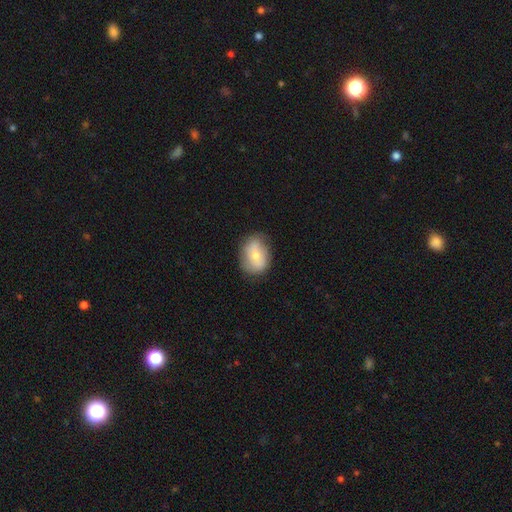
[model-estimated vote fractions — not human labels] Smooth or featured? smooth (63%)
How rounded? in between (61%)
Merging? none (72%)